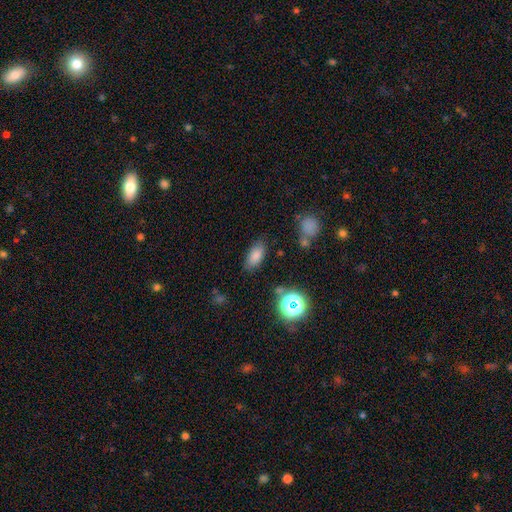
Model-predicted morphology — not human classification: smooth 79%, star or artifact 13%, featured or disk 8%. Down the decision tree: how rounded — in between (88%); merging — none (79%).